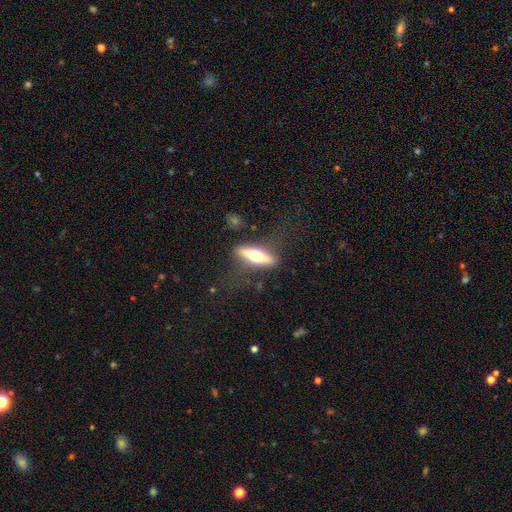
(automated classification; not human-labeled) A featured or disk galaxy (51%) viewed edge-on (87%). Merging: none (76%).